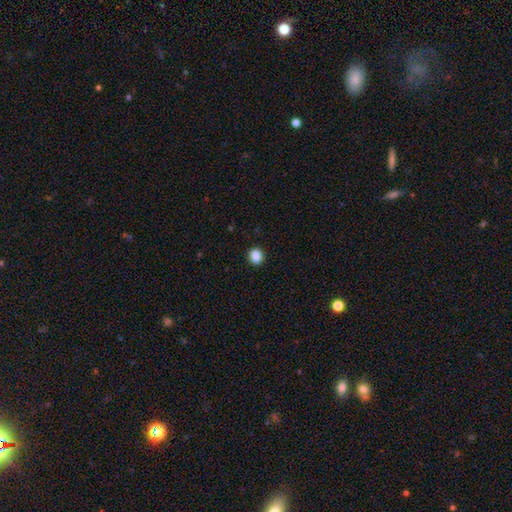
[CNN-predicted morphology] type=smooth (86%); roundness=round (78%); merging=none (92%).